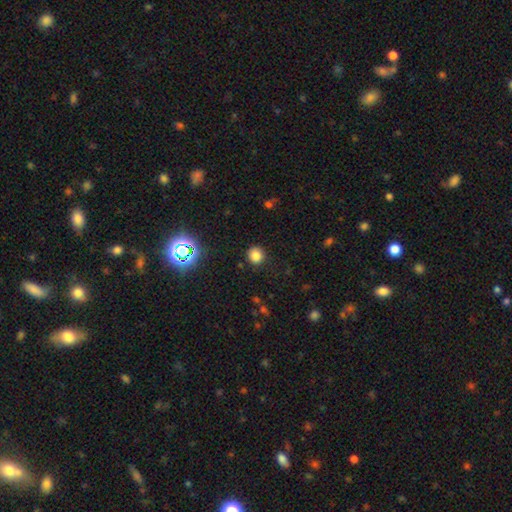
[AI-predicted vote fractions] This appears to be a smooth galaxy with no disk features (79%) that is round (89%). Merging: none (89%).